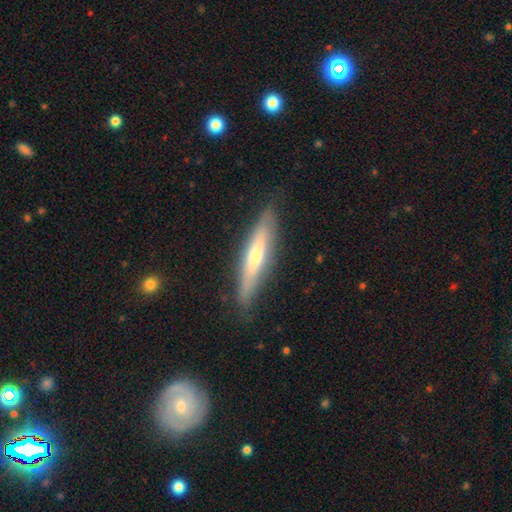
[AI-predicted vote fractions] The model was most divided on "smooth or featured": featured or disk: 57%, smooth: 36%, star or artifact: 6%. More confident: edge-on disk — yes (87%); merging — none (83%).